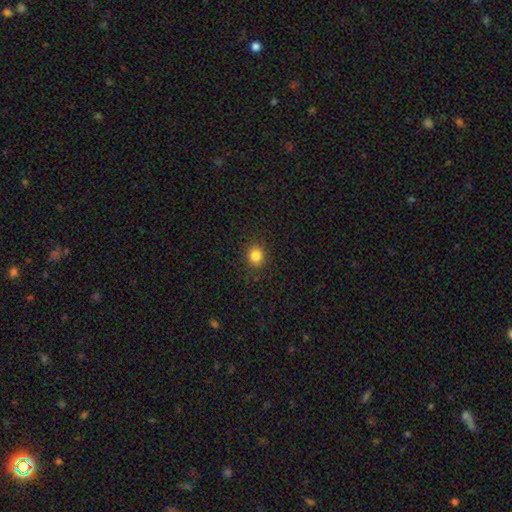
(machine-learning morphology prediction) A smooth galaxy with no disk features (84%) that is round (85%).

Vote fractions:
- Smooth or featured? smooth: 84% / star or artifact: 12% / featured or disk: 5%
- How rounded? round: 85% / in between: 14% / cigar-shaped: 1%
- Merging? none: 90% / minor disturbance: 7% / major disturbance: 2% / merger: 1%